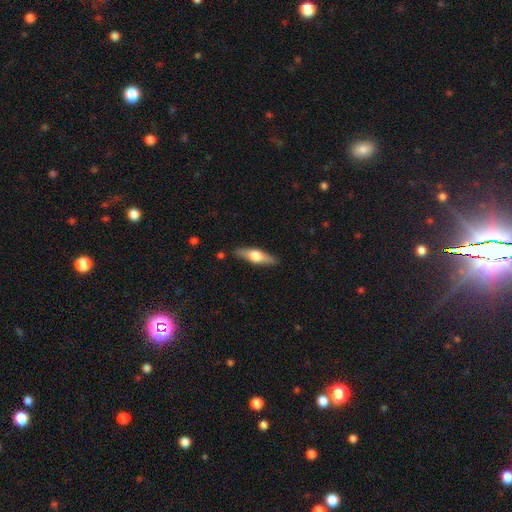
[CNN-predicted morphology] The model was most divided on "smooth or featured": featured or disk: 54%, smooth: 41%, star or artifact: 5%. More confident: edge-on disk — yes (94%); edge-on bulge — rounded (93%); merging — none (87%).